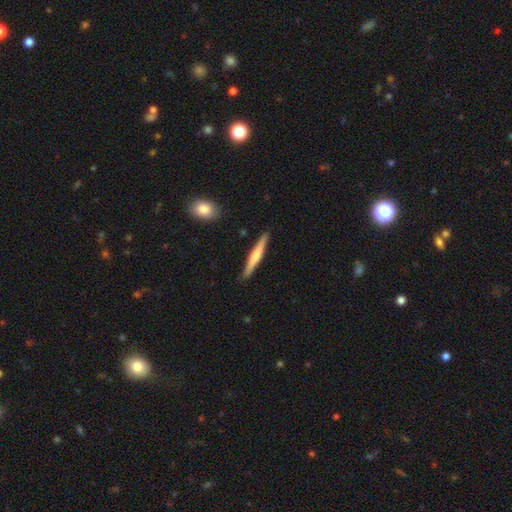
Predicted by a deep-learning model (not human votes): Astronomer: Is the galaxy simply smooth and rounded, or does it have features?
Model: smooth — 51% (runner-up: featured or disk, 44%).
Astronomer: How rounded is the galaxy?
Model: cigar-shaped — 94%.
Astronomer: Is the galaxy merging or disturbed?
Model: none — 89%.